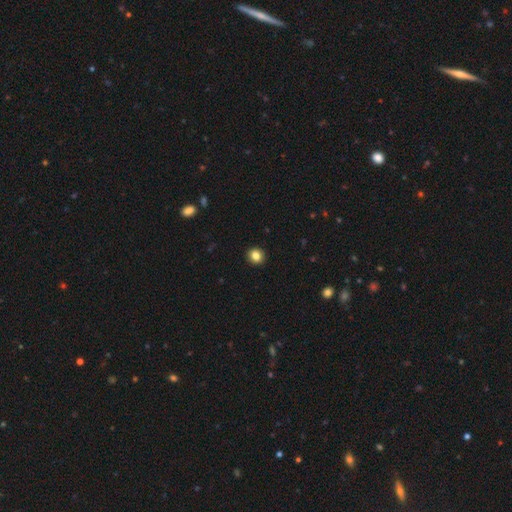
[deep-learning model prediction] smooth-or-featured: smooth: 85% | star or artifact: 10% | featured or disk: 5%
  how-rounded: round: 84% | in between: 15% | cigar-shaped: 1%
  merging: none: 93% | minor disturbance: 5% | major disturbance: 1% | merger: 1%